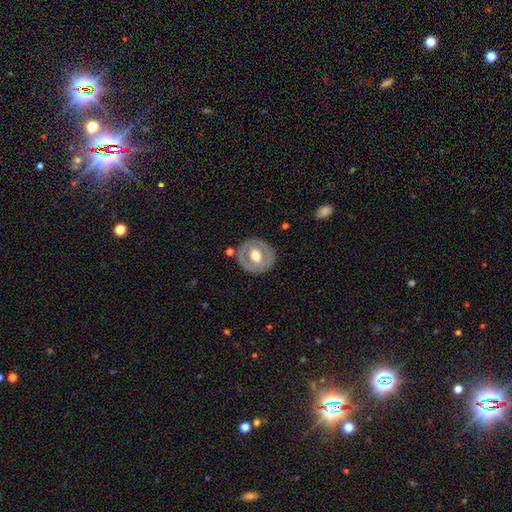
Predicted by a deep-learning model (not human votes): A featured or disk galaxy (53%). Merging: none (82%).